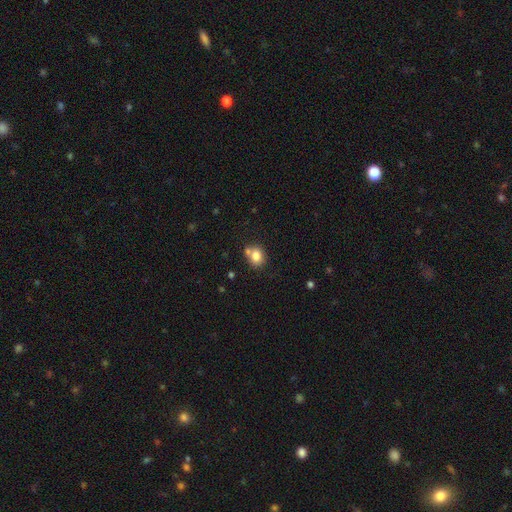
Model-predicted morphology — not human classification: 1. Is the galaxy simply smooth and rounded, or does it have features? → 80% smooth, 10% star or artifact, 9% featured or disk.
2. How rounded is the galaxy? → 62% round, 37% in between, 1% cigar-shaped.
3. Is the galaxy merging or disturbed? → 58% none, 25% merger, 13% minor disturbance, 4% major disturbance.